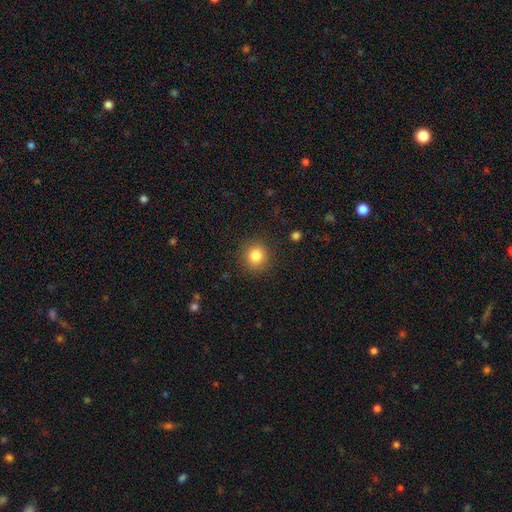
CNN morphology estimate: smooth 83%, star or artifact 11%, featured or disk 6%. Down the decision tree: how rounded — round (90%); merging — none (89%).